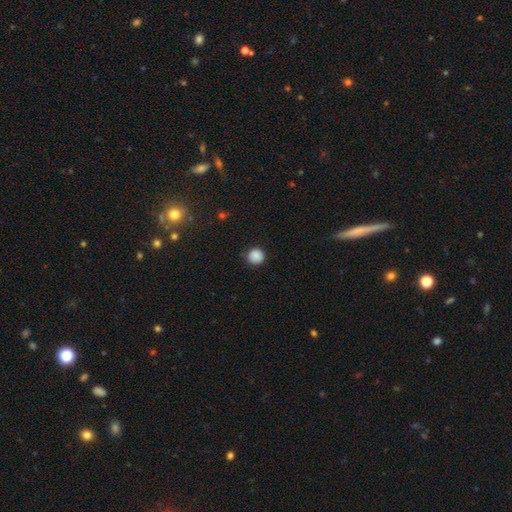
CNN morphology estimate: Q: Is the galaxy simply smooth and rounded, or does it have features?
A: smooth — 87%.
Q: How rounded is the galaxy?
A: round — 93%.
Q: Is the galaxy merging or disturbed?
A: none — 87%.